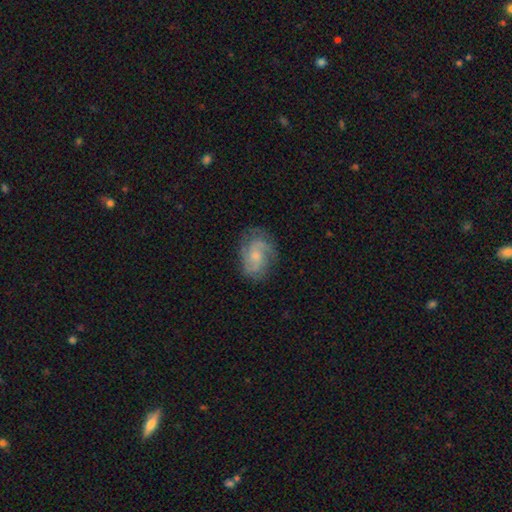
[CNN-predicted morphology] This is likely a featured or disk galaxy (77%). It is clearly not viewed edge-on (98%). Bar: likely no (67%). Spiral arm pattern: clearly yes (95%). Spiral arm count: possibly 2 (51%). Spiral winding: possibly medium (49%). Central bulge: likely small (61%). Merging: likely none (73%).